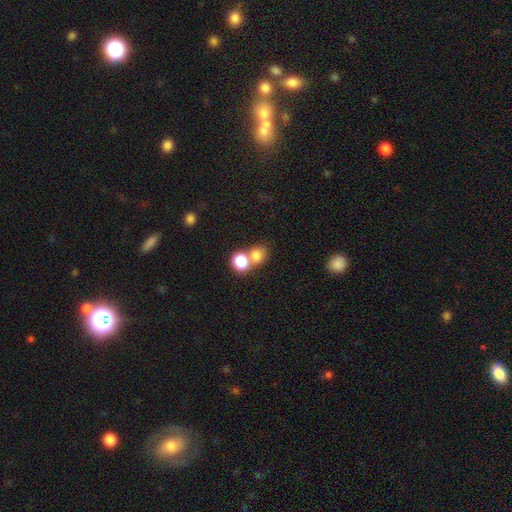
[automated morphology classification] This appears to be a smooth galaxy with no disk features (78%) that is round (69%). Merging: merger (52%).